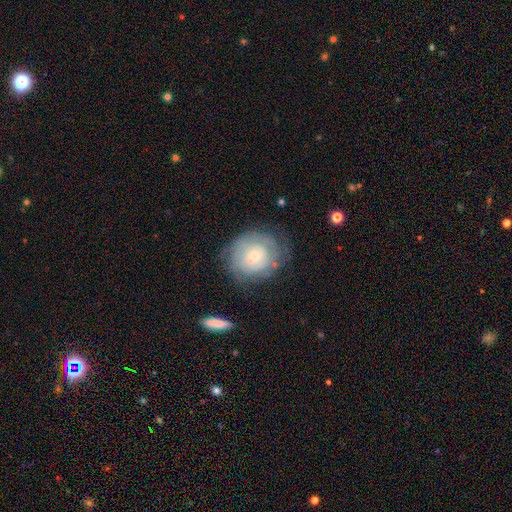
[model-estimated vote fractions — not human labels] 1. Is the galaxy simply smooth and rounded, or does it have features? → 61% featured or disk, 31% smooth, 8% star or artifact.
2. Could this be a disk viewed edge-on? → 97% no, 3% yes.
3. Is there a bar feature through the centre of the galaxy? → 76% no, 20% weak, 4% strong.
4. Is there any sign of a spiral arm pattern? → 79% yes, 21% no.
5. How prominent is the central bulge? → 73% small, 20% moderate, 3% large, 2% none, 1% dominant.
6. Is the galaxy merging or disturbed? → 68% none, 19% minor disturbance, 10% major disturbance, 3% merger.